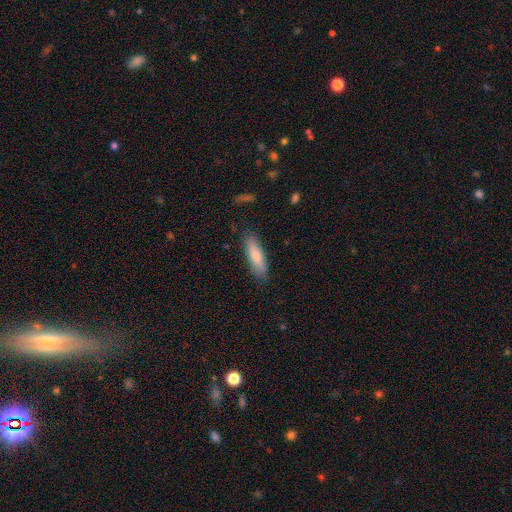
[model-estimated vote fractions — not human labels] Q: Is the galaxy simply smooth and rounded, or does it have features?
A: smooth — 75%.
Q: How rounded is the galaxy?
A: cigar-shaped — 56%.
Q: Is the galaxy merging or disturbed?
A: none — 84%.